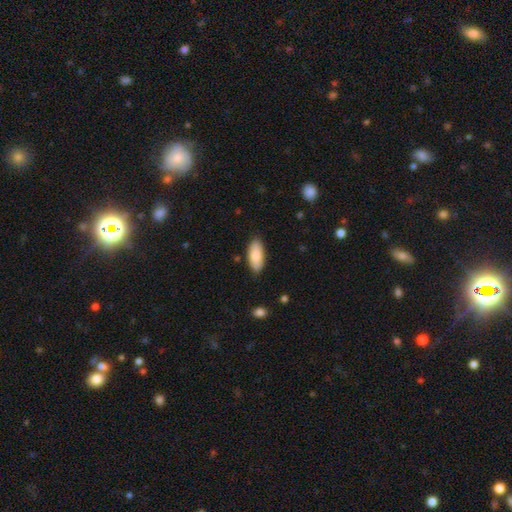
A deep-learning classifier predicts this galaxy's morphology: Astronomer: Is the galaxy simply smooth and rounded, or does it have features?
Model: smooth — 82%.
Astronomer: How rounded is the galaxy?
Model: in between — 87%.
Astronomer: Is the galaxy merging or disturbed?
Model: none — 86%.